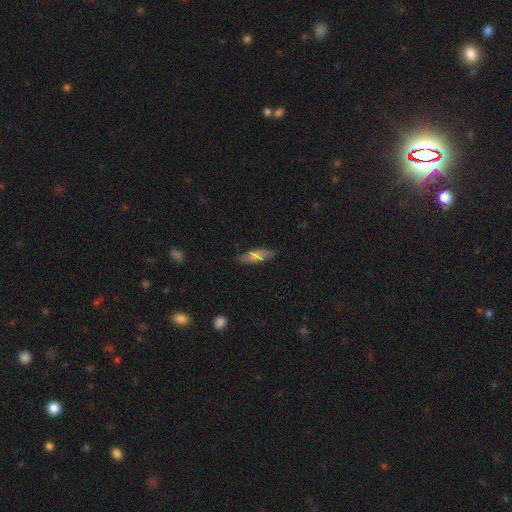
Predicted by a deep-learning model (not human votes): Overall: smooth (68%). How rounded: cigar-shaped (50%; in between 47%). Merging: none (84%).